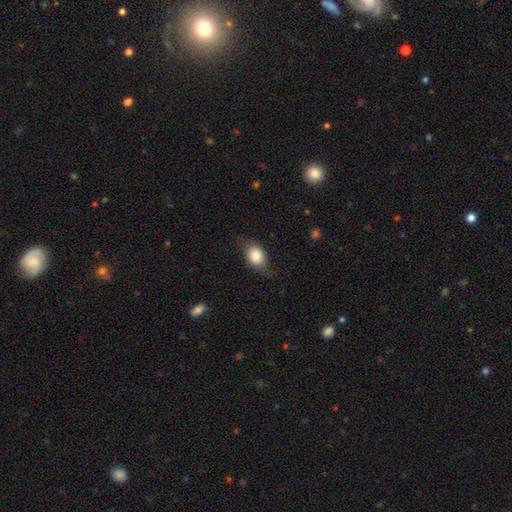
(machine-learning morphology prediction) Smooth or featured? smooth (78%)
How rounded? in between (62%)
Merging? none (67%)